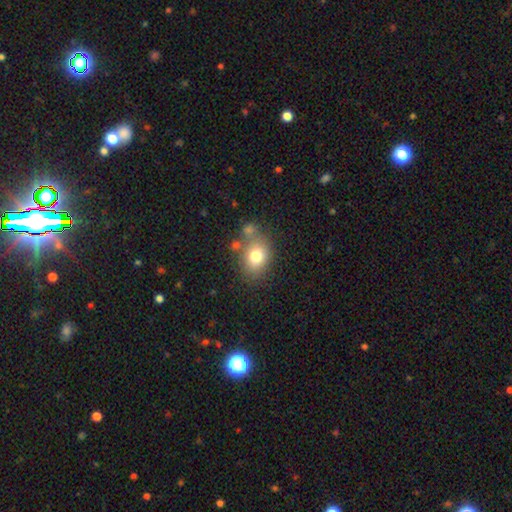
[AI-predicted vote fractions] Smooth or featured?
  - smooth: 76% *
  - featured or disk: 13%
  - star or artifact: 11%
How rounded?
  - in between: 58% *
  - round: 41%
  - cigar-shaped: 1%
Merging?
  - none: 62% *
  - minor disturbance: 17%
  - merger: 14%
  - major disturbance: 7%